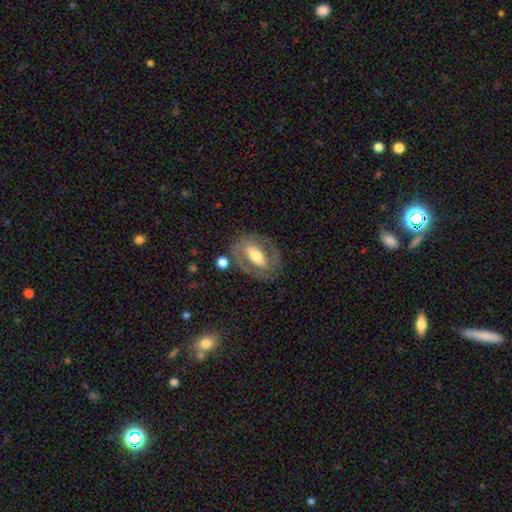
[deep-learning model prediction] This is likely a featured or disk galaxy (71%). It is clearly not viewed edge-on (93%). Bar: possibly strong (46%). Spiral arm pattern: likely yes (62%). Central bulge: likely moderate (64%). Merging: likely none (70%).